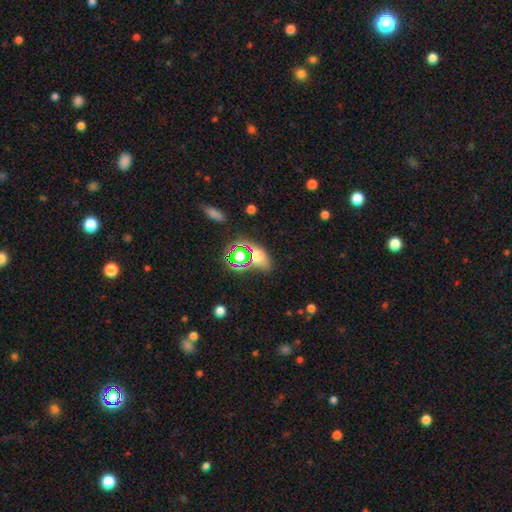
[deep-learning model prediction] Q: Smooth or featured?
A: smooth (53%); runner-up: star or artifact (35%)
Q: How rounded?
A: in between (69%); runner-up: round (26%)
Q: Merging?
A: none (69%); runner-up: minor disturbance (16%)